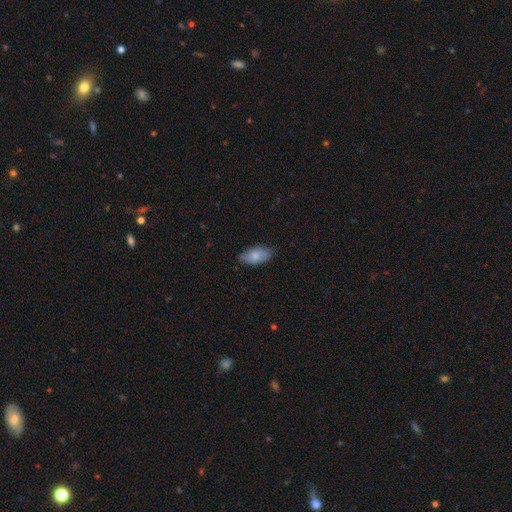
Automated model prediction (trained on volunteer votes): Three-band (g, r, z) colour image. It shows a smooth galaxy with no disk features (80%) that is in between round and cigar-shaped (92%). Merging: none (78%).